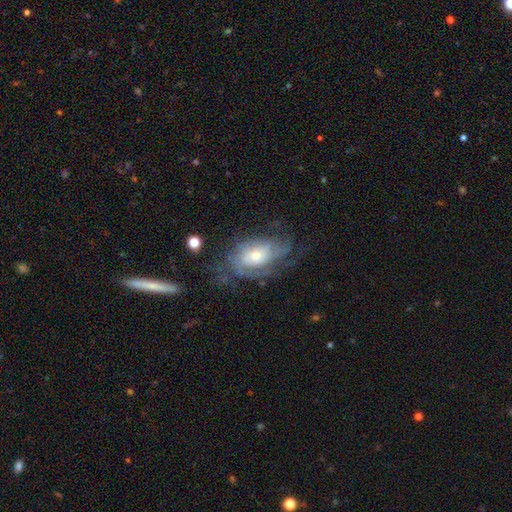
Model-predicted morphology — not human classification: smooth_or_featured: featured or disk (p=0.77) [alt: smooth p=0.16]
disk_edge_on: no (p=0.94) [alt: yes p=0.06]
bar: no (p=0.69) [alt: weak p=0.25]
has_spiral_arms: yes (p=0.88) [alt: no p=0.12]
spiral_winding: tight (p=0.50) [alt: medium p=0.35]
spiral_arm_count: can't tell (p=0.46) [alt: 2 p=0.19]
bulge_size: moderate (p=0.45) [alt: small p=0.43]
merging: none (p=0.57) [alt: minor disturbance p=0.21]